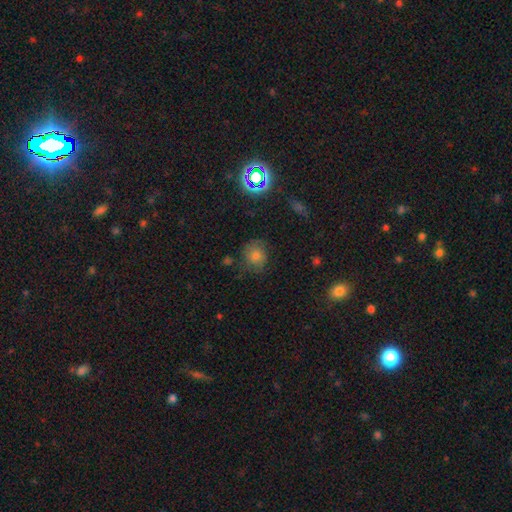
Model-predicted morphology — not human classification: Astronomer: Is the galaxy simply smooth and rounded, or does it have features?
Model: smooth — 51% (runner-up: star or artifact, 27%).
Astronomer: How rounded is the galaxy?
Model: round — 80%.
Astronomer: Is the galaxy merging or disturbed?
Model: none — 73%.